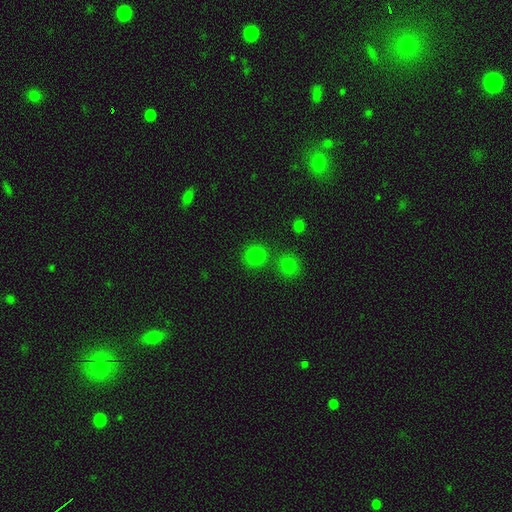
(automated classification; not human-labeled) This appears to be a smooth galaxy with no disk features (80%) that is round (88%). Merging: none (73%).